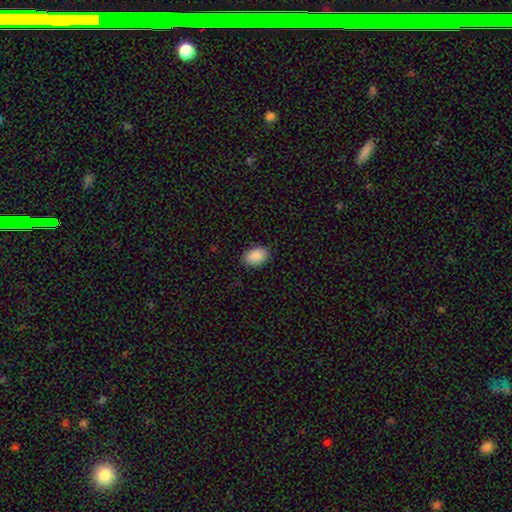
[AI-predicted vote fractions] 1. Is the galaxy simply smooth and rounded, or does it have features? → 90% smooth, 7% star or artifact, 3% featured or disk.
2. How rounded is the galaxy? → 87% in between, 12% round, 1% cigar-shaped.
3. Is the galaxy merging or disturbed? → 88% none, 9% minor disturbance, 2% major disturbance, 1% merger.